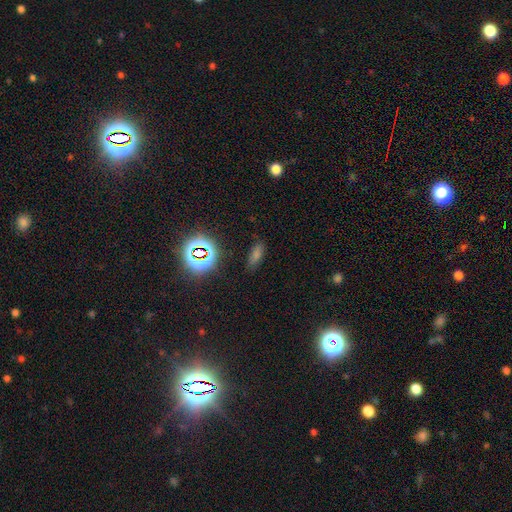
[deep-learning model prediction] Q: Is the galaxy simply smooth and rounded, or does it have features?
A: smooth — 58%.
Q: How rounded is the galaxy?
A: in between — 62%.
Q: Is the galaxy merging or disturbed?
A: none — 80%.